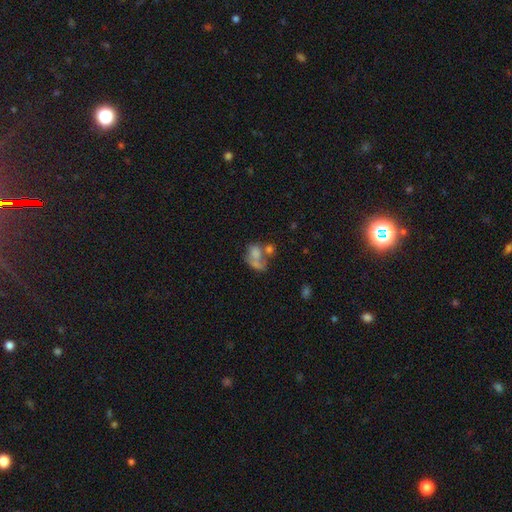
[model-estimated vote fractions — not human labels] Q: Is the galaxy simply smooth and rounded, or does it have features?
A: smooth — 61%.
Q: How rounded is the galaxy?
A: in between — 67%.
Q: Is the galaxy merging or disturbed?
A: merger — 48%.